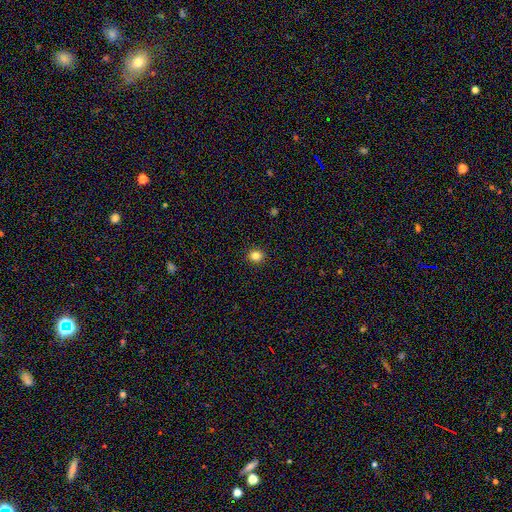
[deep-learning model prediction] Smooth or featured? Predicted: smooth (p=0.83). How rounded? Predicted: round (p=0.87). Merging? Predicted: none (p=0.92).